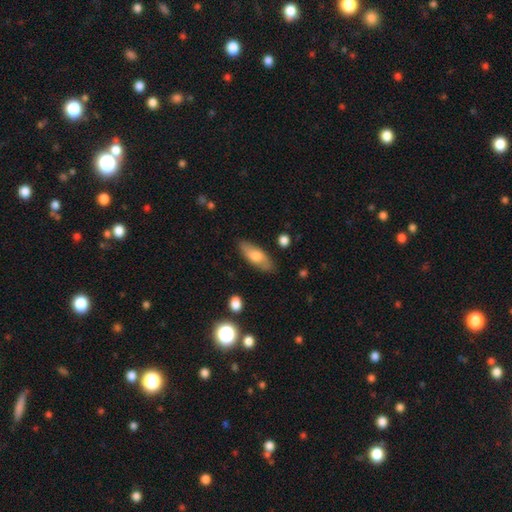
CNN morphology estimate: smooth-or-featured: smooth: 65% | featured or disk: 28% | star or artifact: 6%
  how-rounded: in between: 74% | cigar-shaped: 23% | round: 3%
  merging: none: 82% | minor disturbance: 13% | major disturbance: 3% | merger: 2%